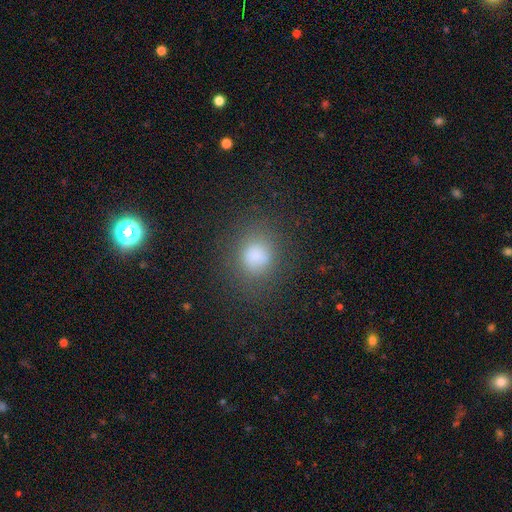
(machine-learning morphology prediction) This is likely a smooth galaxy (79%). How rounded: likely round (78%). Merging: likely none (76%).